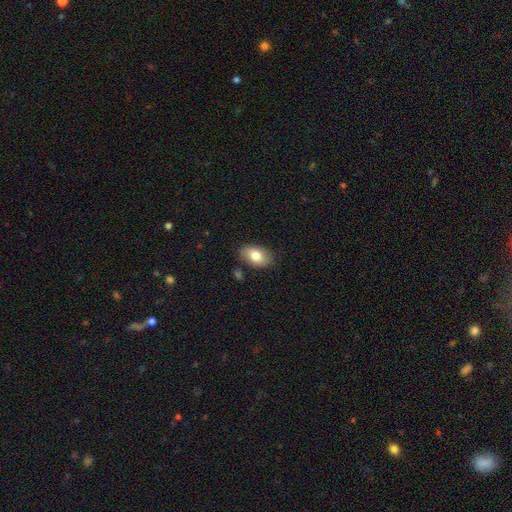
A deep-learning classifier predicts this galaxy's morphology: A smooth galaxy with no disk features (78%) that is in between round and cigar-shaped (90%). Merging: none (80%).